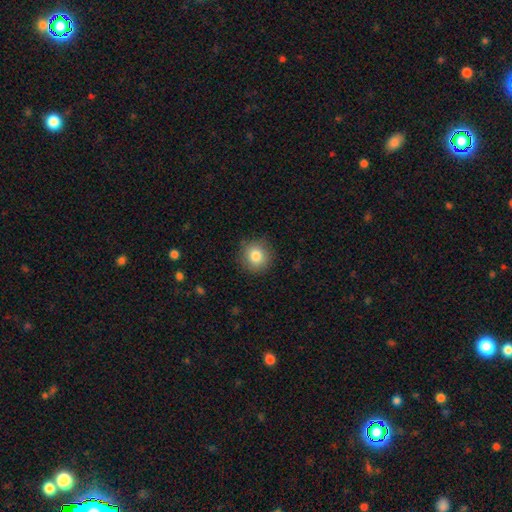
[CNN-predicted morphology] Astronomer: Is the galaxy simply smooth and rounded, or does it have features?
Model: smooth — 83%.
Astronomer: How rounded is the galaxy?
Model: round — 92%.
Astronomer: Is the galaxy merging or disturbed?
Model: none — 88%.